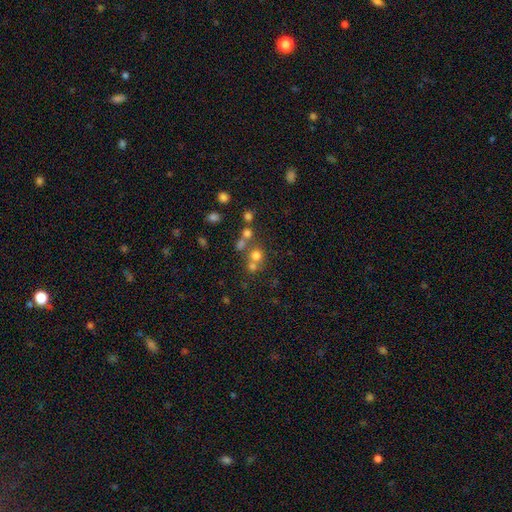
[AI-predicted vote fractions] This appears to be a smooth galaxy with no disk features (56%) that is round (85%). Merging: none (50%).